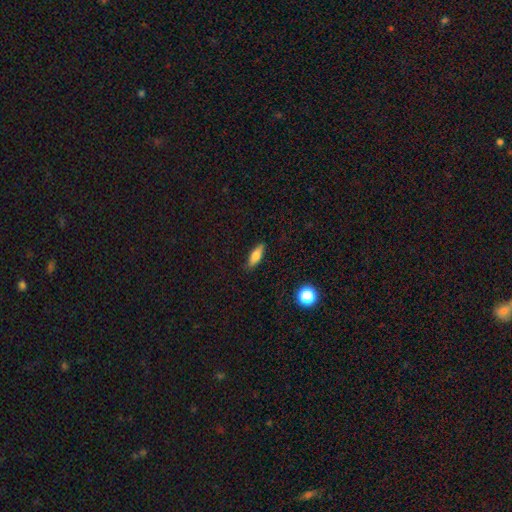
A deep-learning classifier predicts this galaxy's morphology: Smooth or featured: smooth — 75% (featured or disk — 17%)
How rounded: in between — 57% (cigar-shaped — 40%)
Merging: none — 86% (minor disturbance — 11%)